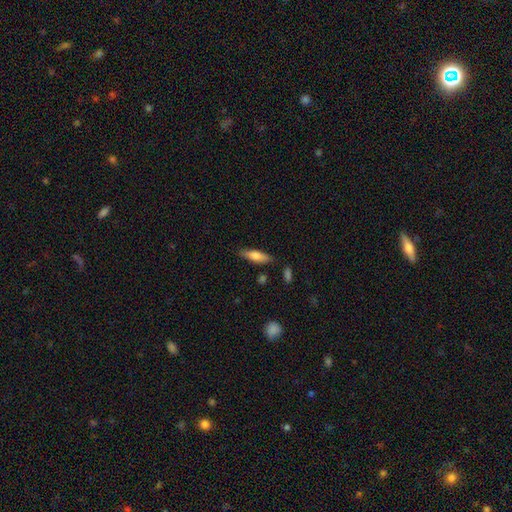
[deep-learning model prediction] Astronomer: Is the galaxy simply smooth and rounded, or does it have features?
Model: smooth — 70%.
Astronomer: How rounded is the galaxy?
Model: cigar-shaped — 62%.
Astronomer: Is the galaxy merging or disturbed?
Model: none — 83%.